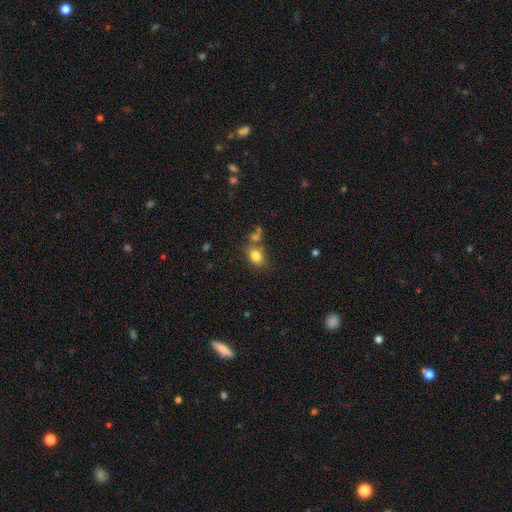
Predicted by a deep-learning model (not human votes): Smooth or featured? smooth (81%)
How rounded? in between (68%)
Merging? none (60%)